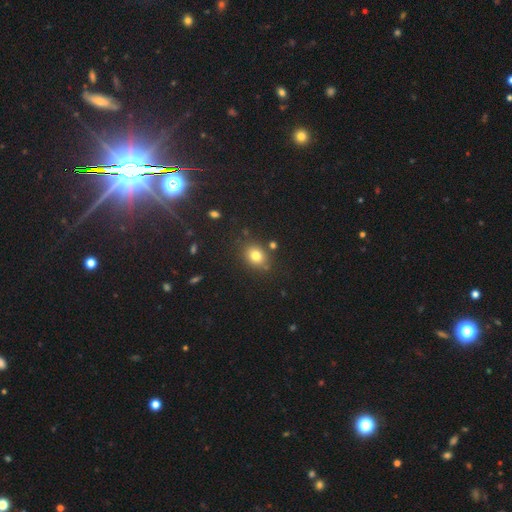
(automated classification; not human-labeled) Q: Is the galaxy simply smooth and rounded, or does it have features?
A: smooth — 78%.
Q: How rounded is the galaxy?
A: round — 52%.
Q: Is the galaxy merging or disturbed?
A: none — 80%.